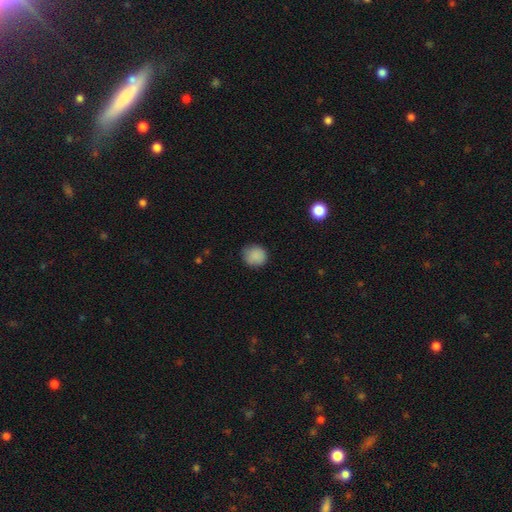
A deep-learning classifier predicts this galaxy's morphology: Smooth or featured: smooth — 87% (star or artifact — 9%)
How rounded: round — 82% (in between — 17%)
Merging: none — 79% (minor disturbance — 16%)